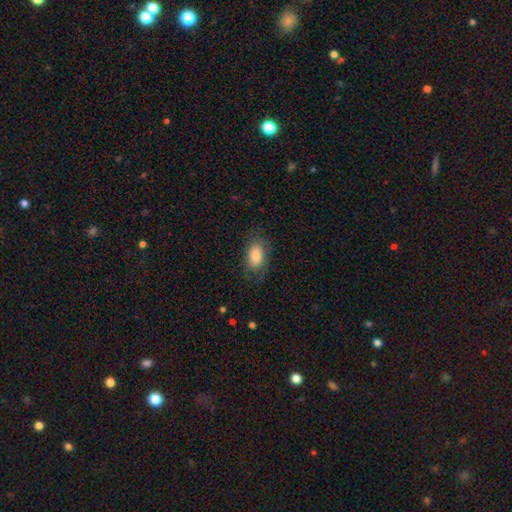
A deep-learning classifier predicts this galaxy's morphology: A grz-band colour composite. It shows a smooth galaxy with no disk features (78%) that is in between round and cigar-shaped (91%). Merging: none (75%).